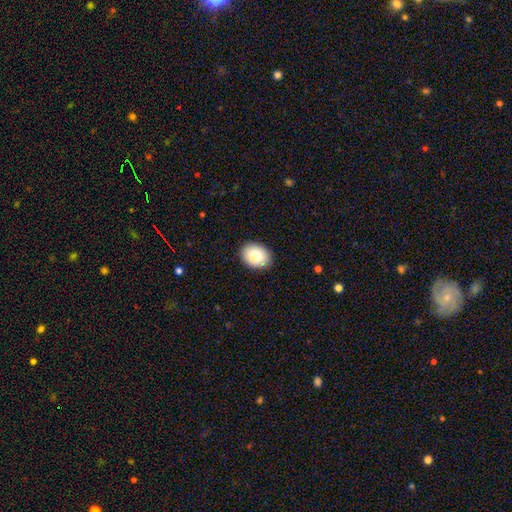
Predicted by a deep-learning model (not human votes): A smooth galaxy with no disk features (81%) that is in between round and cigar-shaped (71%). Merging: none (88%).